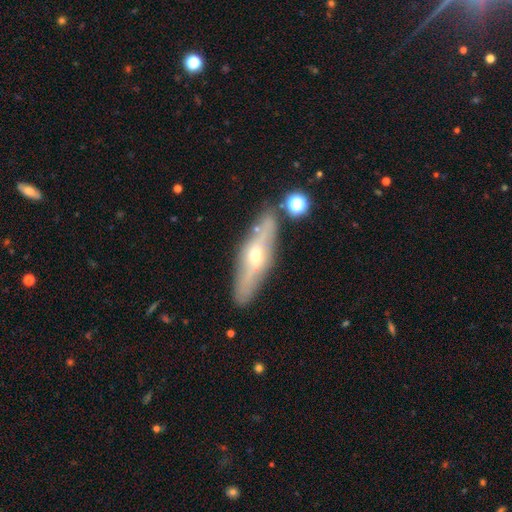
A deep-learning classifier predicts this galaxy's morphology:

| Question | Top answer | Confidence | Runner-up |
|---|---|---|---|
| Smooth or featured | featured or disk | 67% | smooth (26%) |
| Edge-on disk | yes | 63% | no (37%) |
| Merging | none | 78% | minor disturbance (13%) |